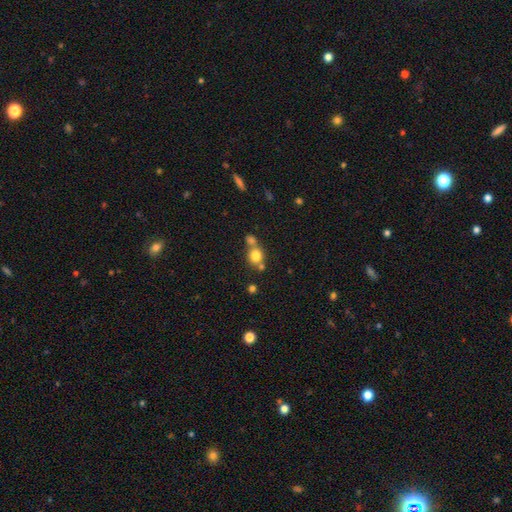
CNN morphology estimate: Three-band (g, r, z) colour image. It shows a smooth galaxy with no disk features (79%) that is round (81%). Merging: none (52%).